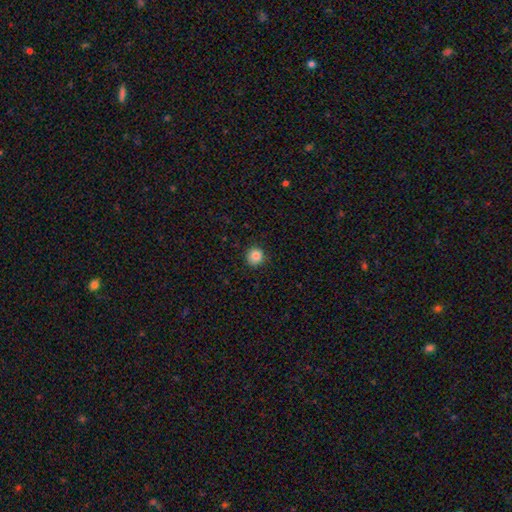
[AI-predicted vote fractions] The model was most divided on "smooth or featured": smooth: 85%, star or artifact: 10%, featured or disk: 4%. More confident: how rounded — round (93%); merging — none (91%).